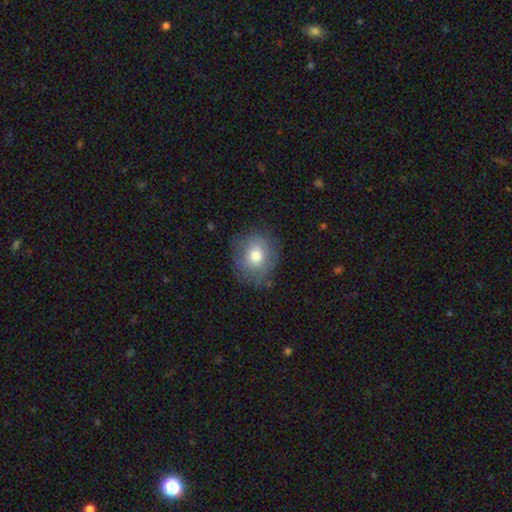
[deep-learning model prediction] smooth_or_featured: smooth (p=0.73) [alt: featured or disk p=0.18]
how_rounded: round (p=0.73) [alt: in between p=0.26]
merging: none (p=0.75) [alt: minor disturbance p=0.18]